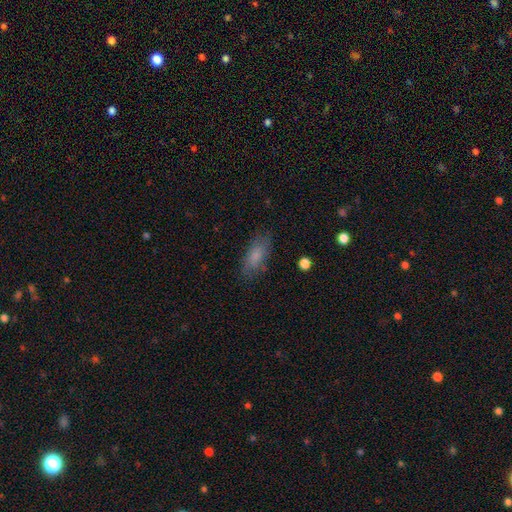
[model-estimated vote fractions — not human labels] This appears to be a smooth galaxy with no disk features (77%) that is in between round and cigar-shaped (79%). Merging: none (78%).